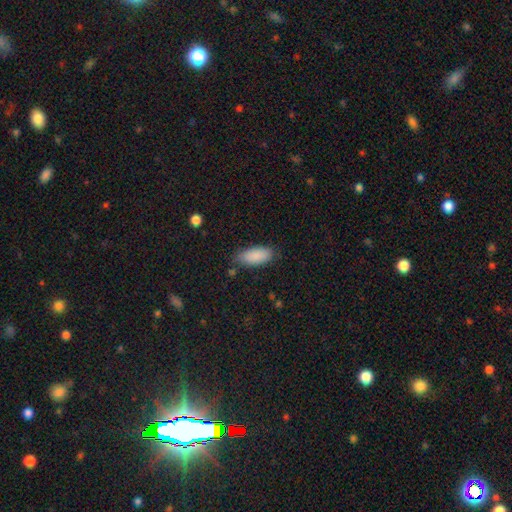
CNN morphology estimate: This is clearly a smooth galaxy (89%). How rounded: clearly in between (86%). Merging: likely none (77%).